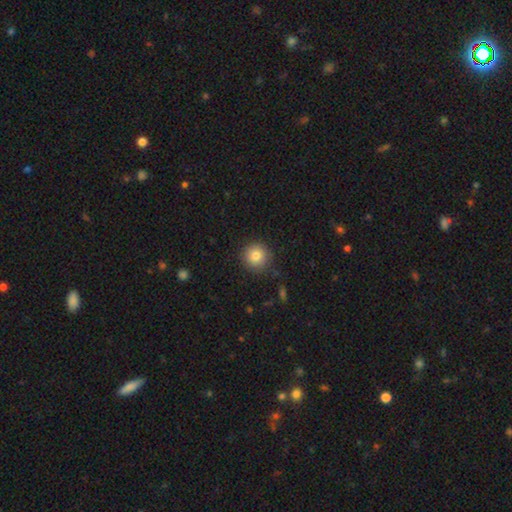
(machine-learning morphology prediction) This is clearly a smooth galaxy (84%). How rounded: clearly round (94%). Merging: clearly none (88%).